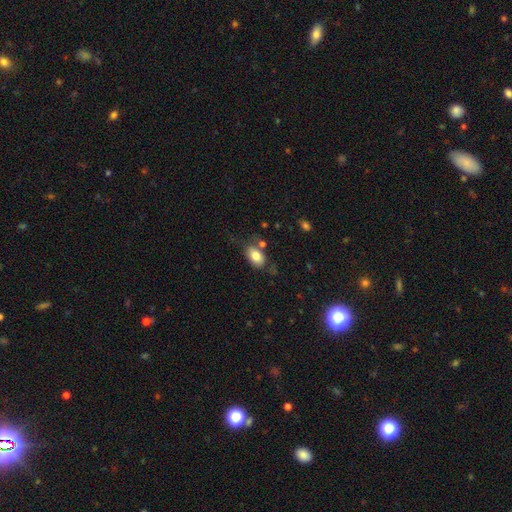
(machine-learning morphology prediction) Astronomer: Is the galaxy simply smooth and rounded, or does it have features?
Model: smooth — 81%.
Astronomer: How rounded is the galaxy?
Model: in between — 87%.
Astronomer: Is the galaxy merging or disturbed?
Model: none — 61%.